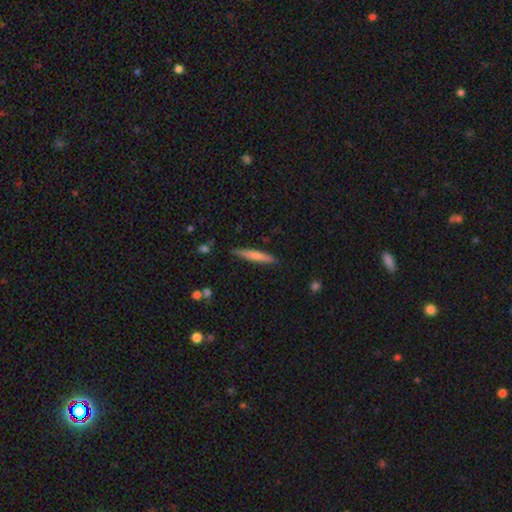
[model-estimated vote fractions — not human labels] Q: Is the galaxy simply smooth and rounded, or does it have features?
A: smooth — 68%.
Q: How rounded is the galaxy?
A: cigar-shaped — 94%.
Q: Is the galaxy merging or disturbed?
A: none — 86%.